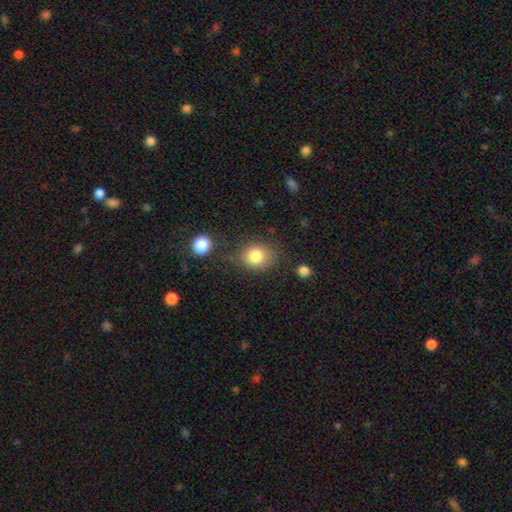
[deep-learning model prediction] Smooth or featured?
  - smooth: 83% *
  - star or artifact: 10%
  - featured or disk: 7%
How rounded?
  - round: 66% *
  - in between: 33%
  - cigar-shaped: 1%
Merging?
  - none: 72% *
  - minor disturbance: 16%
  - merger: 6%
  - major disturbance: 6%